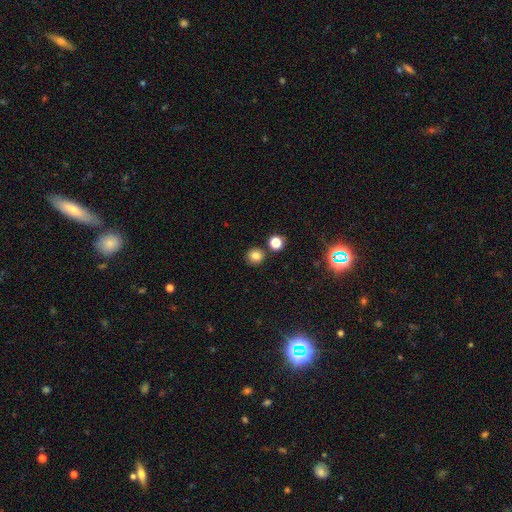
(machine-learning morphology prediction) Smooth or featured?
  - smooth: 80% *
  - star or artifact: 14%
  - featured or disk: 6%
How rounded?
  - round: 88% *
  - in between: 11%
  - cigar-shaped: 1%
Merging?
  - none: 83% *
  - minor disturbance: 8%
  - merger: 7%
  - major disturbance: 3%